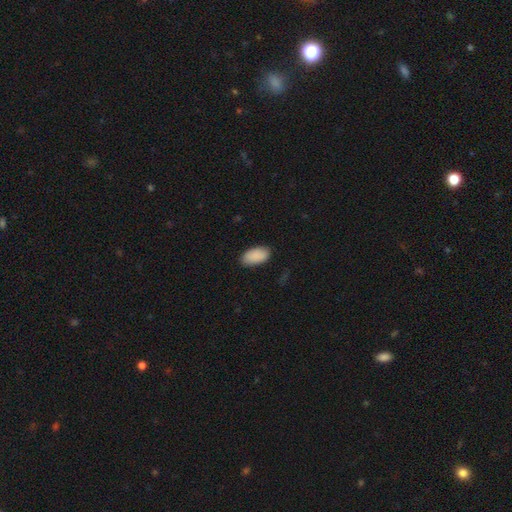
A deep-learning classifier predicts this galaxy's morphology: This is clearly a smooth galaxy (90%). How rounded: clearly in between (95%). Merging: clearly none (84%).